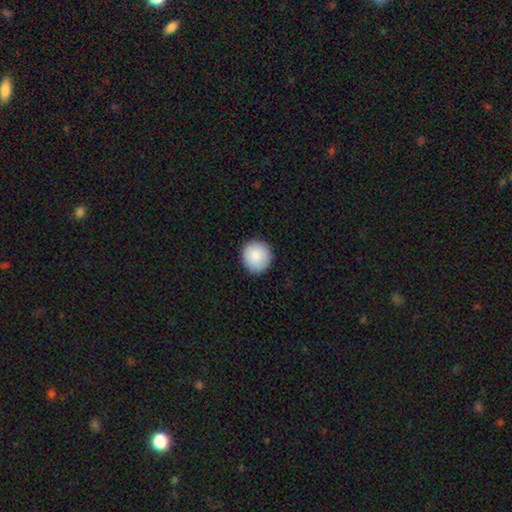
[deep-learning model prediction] The model was most divided on "smooth or featured": smooth: 88%, star or artifact: 7%, featured or disk: 5%. More confident: how rounded — round (92%); merging — none (91%).